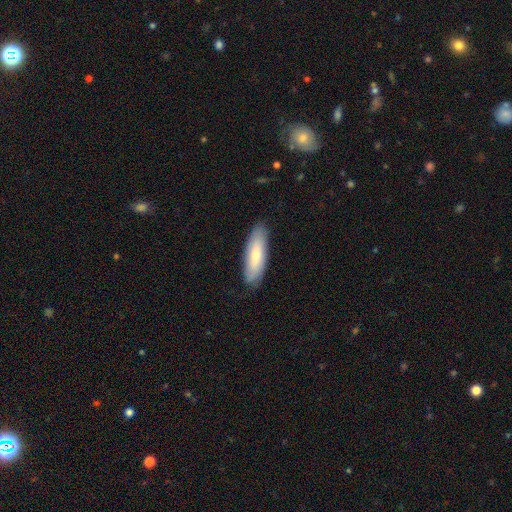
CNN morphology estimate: type=smooth (68%); roundness=in between (50%); merging=none (84%).